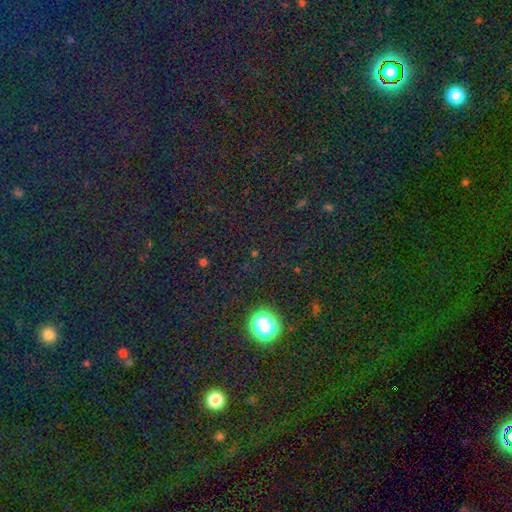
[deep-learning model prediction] Overall: star or artifact (77%).